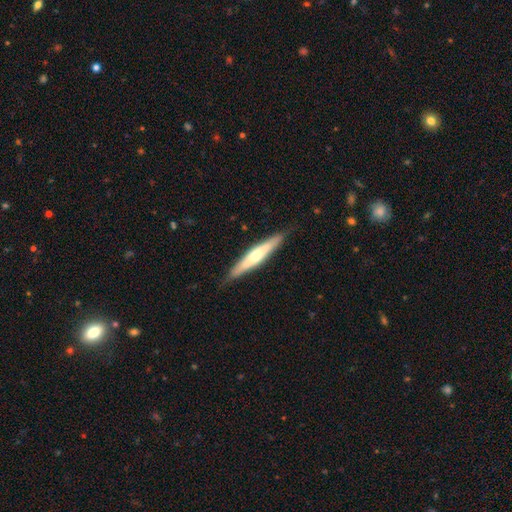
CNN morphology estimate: Smooth or featured? Predicted: featured or disk (p=0.52). Edge-on disk? Predicted: yes (p=0.91). Merging? Predicted: none (p=0.86).